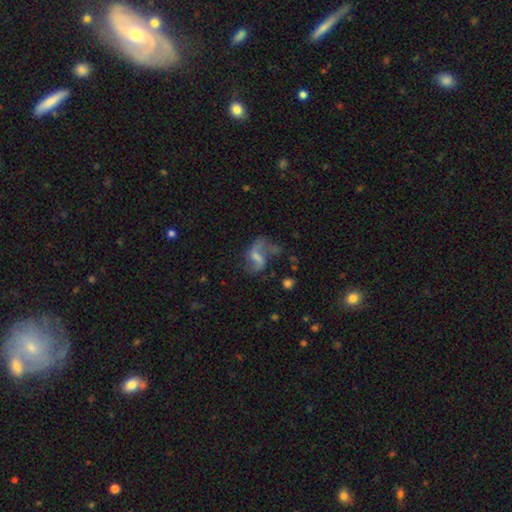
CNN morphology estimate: Q: Smooth or featured?
A: featured or disk (74%); runner-up: smooth (14%)
Q: Edge-on disk?
A: no (97%); runner-up: yes (3%)
Q: Bar?
A: weak (49%); runner-up: no (31%)
Q: Spiral arms?
A: yes (89%); runner-up: no (11%)
Q: Spiral winding?
A: loose (74%); runner-up: medium (21%)
Q: Spiral arm count?
A: 2 (84%); runner-up: 1 (8%)
Q: Bulge size?
A: small (40%); runner-up: moderate (27%)
Q: Merging?
A: none (54%); runner-up: major disturbance (22%)